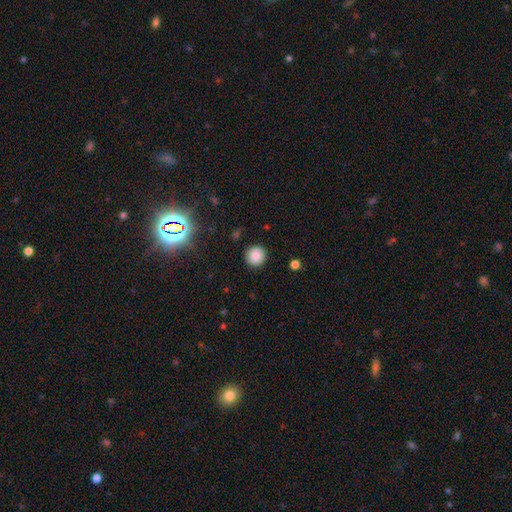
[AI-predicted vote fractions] smooth 85%, star or artifact 11%, featured or disk 4%. Down the decision tree: how rounded — round (94%); merging — none (90%).